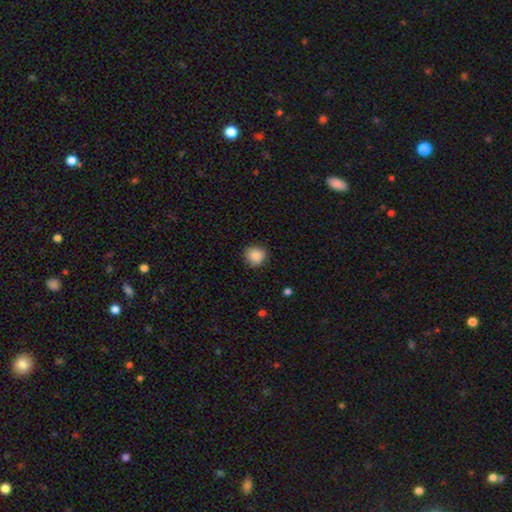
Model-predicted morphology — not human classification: smooth-or-featured: smooth: 87% | star or artifact: 9% | featured or disk: 4%
  how-rounded: round: 89% | in between: 10% | cigar-shaped: 1%
  merging: none: 87% | minor disturbance: 10% | major disturbance: 2% | merger: 1%